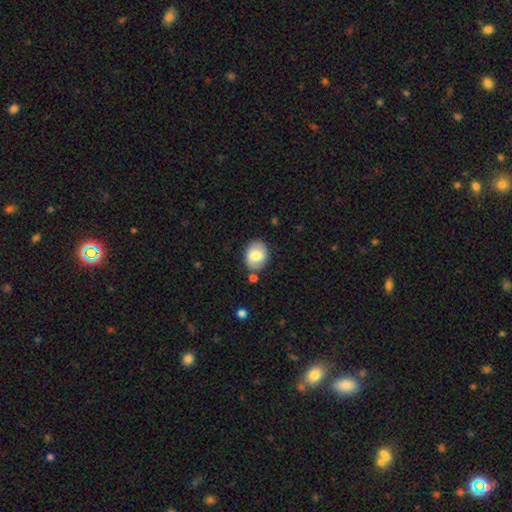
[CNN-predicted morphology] Smooth or featured: smooth — 74% (featured or disk — 19%)
How rounded: in between — 55% (round — 44%)
Merging: none — 76% (minor disturbance — 15%)